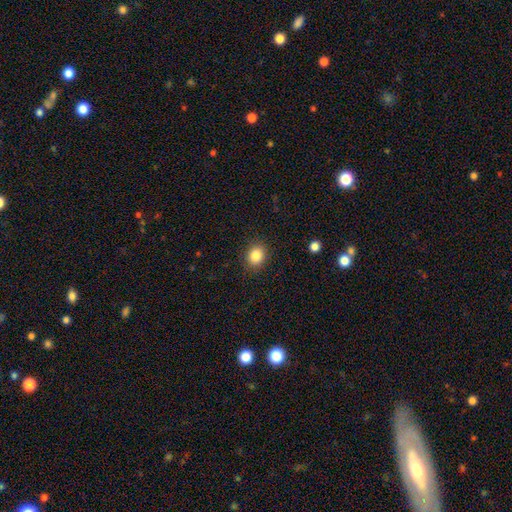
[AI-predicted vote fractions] smooth 85%, star or artifact 10%, featured or disk 5%. Down the decision tree: how rounded — round (66%); merging — none (89%).